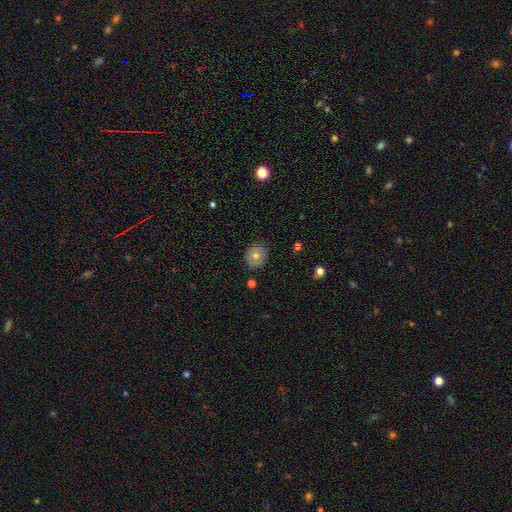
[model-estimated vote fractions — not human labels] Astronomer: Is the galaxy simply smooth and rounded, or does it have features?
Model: smooth — 66%.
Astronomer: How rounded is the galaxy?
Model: round — 77%.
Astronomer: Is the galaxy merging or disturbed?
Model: none — 87%.